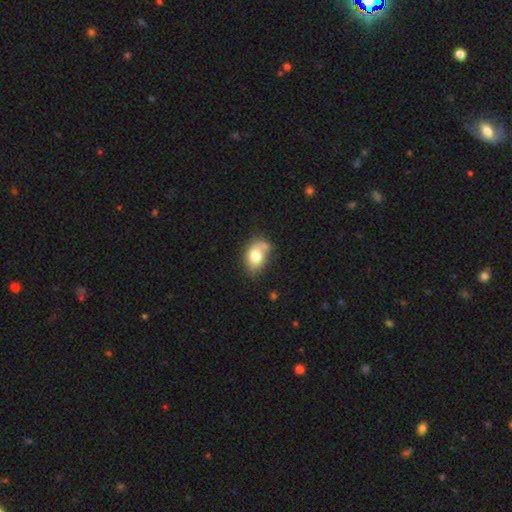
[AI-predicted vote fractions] A smooth galaxy with no disk features (75%) that is in between round and cigar-shaped (77%).

Vote fractions:
- Smooth or featured? smooth: 75% / featured or disk: 16% / star or artifact: 8%
- How rounded? in between: 77% / round: 22% / cigar-shaped: 1%
- Merging? none: 45% / minor disturbance: 27% / merger: 17% / major disturbance: 10%